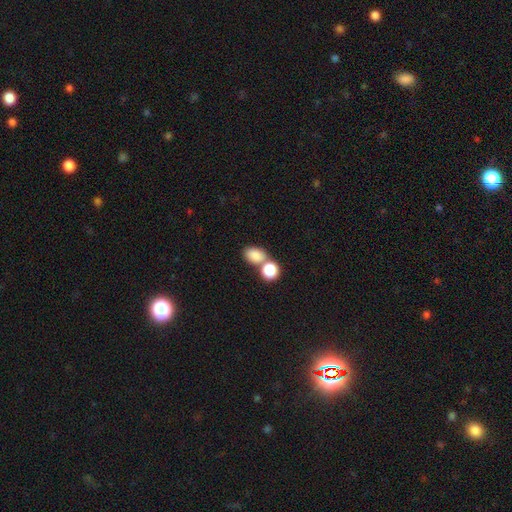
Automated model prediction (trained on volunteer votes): Overall: smooth (83%). How rounded: in between (73%). Merging: none (46%; merger 41%).